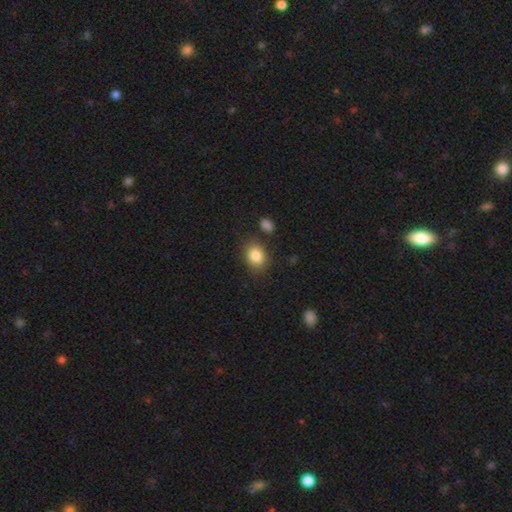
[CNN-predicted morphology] smooth 85%, star or artifact 8%, featured or disk 6%. Down the decision tree: how rounded — in between (61%); merging — none (78%).